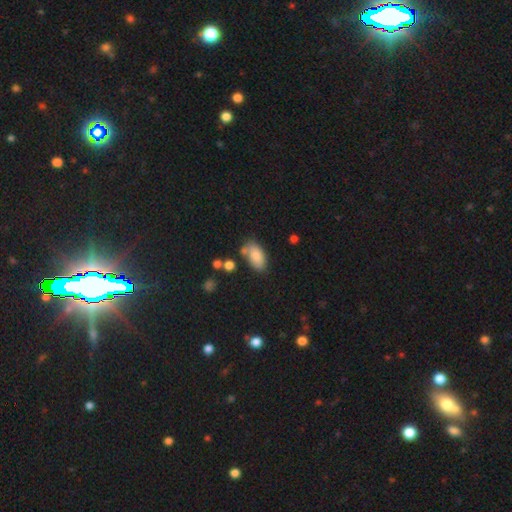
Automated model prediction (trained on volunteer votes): This appears to be a smooth galaxy with no disk features (83%) that is in between round and cigar-shaped (93%). Merging: none (60%).